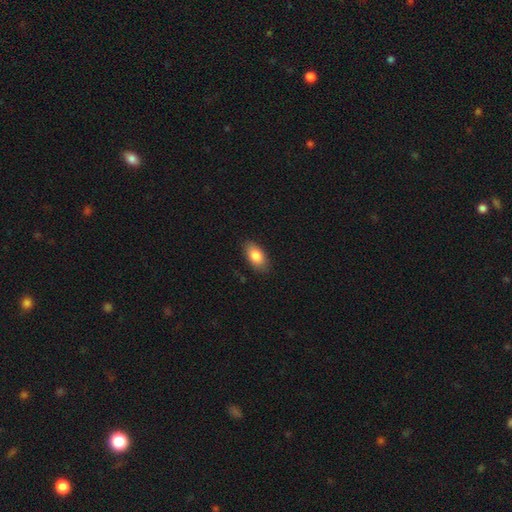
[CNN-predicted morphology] smooth-or-featured: smooth: 84% | featured or disk: 9% | star or artifact: 7%
  how-rounded: in between: 93% | round: 4% | cigar-shaped: 3%
  merging: none: 86% | minor disturbance: 11% | major disturbance: 2% | merger: 1%